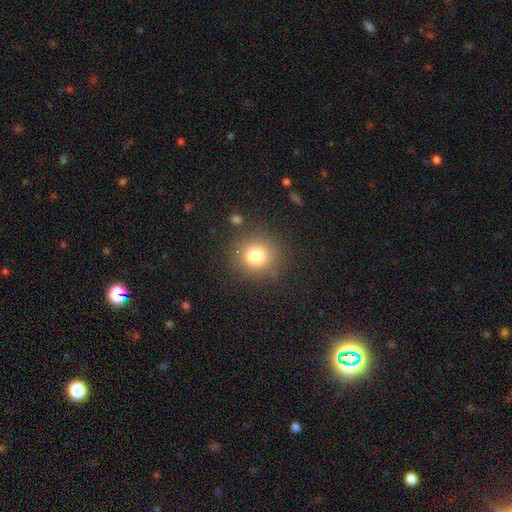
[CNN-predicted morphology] Smooth or featured: smooth — 79% (star or artifact — 12%)
How rounded: round — 88% (in between — 11%)
Merging: none — 81% (minor disturbance — 11%)